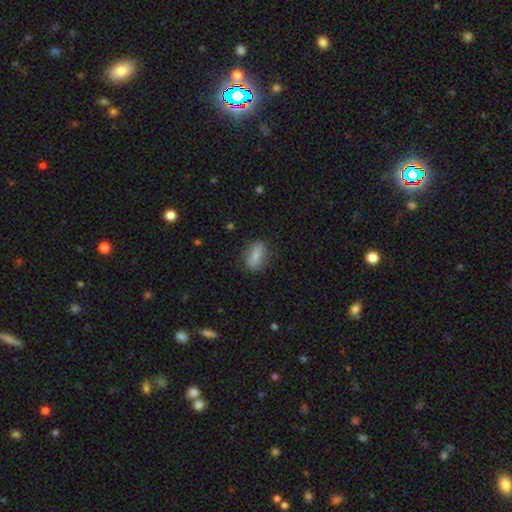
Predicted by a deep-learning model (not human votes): Smooth or featured? smooth (78%)
How rounded? in between (75%)
Merging? none (78%)